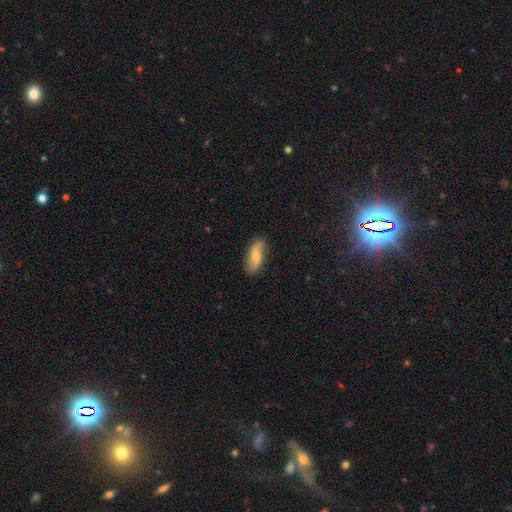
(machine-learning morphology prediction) smooth_or_featured: smooth (p=0.48) [alt: featured or disk p=0.46]
merging: none (p=0.81) [alt: minor disturbance p=0.15]